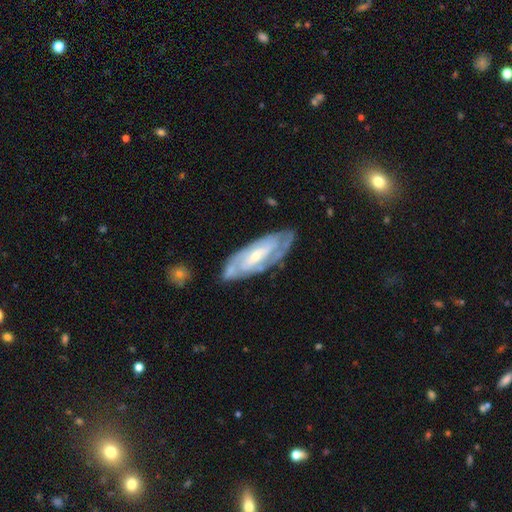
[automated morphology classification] featured or disk 80%, smooth 15%, star or artifact 5%. Down the decision tree: edge-on disk — no (87%); bar — weak (39%); spiral arms — yes (90%); spiral arm count — 2 (41%); spiral winding — tight (63%); bulge size — small (62%); merging — none (75%).